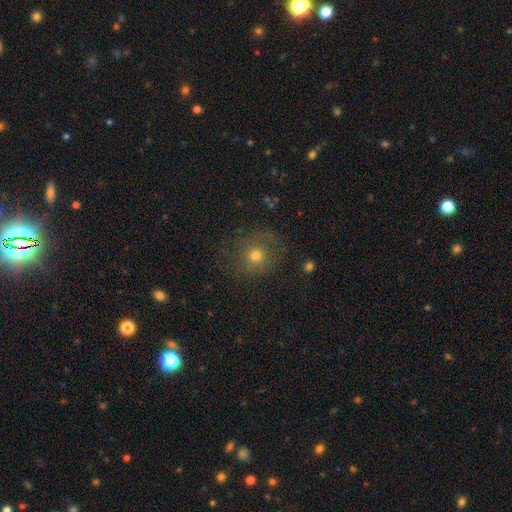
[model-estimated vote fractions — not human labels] A smooth galaxy with no disk features (60%) that is round (86%). Merging: none (74%).